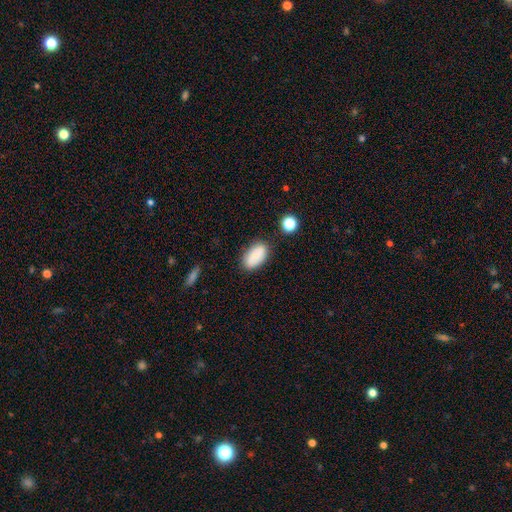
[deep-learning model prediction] A smooth galaxy with no disk features (80%) that is in between round and cigar-shaped (92%). Merging: none (79%).